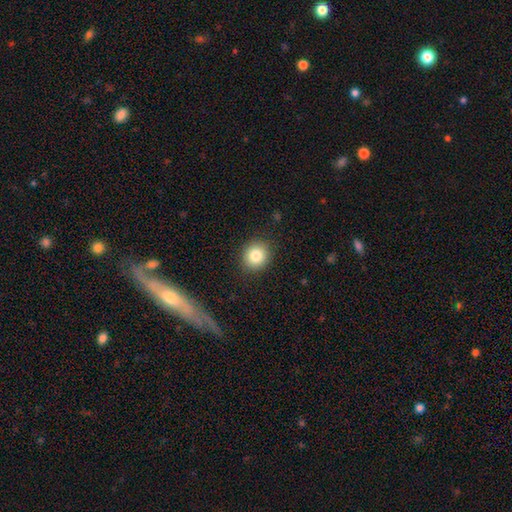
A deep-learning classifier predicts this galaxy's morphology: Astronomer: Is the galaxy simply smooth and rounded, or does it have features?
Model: smooth — 83%.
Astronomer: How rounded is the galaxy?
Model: round — 80%.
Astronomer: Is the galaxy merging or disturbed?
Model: none — 89%.